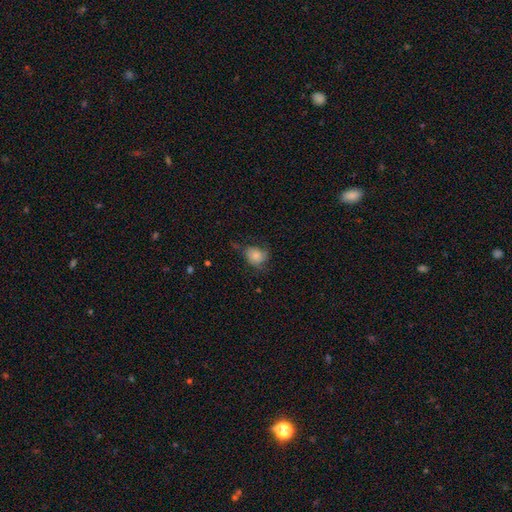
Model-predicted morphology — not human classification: A smooth galaxy with no disk features (76%) that is round (54%). Merging: none (52%).